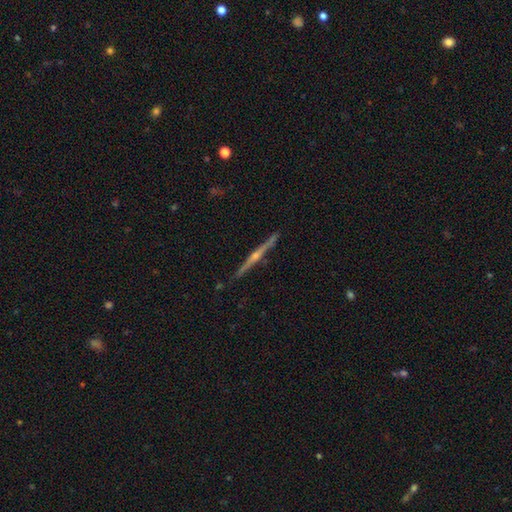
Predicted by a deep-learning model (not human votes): Smooth or featured?
  - featured or disk: 85% *
  - smooth: 10%
  - star or artifact: 5%
Edge-on disk?
  - yes: 99% *
  - no: 1%
Edge-on bulge?
  - rounded: 86% *
  - none: 9%
  - boxy: 5%
Merging?
  - none: 91% *
  - minor disturbance: 6%
  - major disturbance: 1%
  - merger: 1%